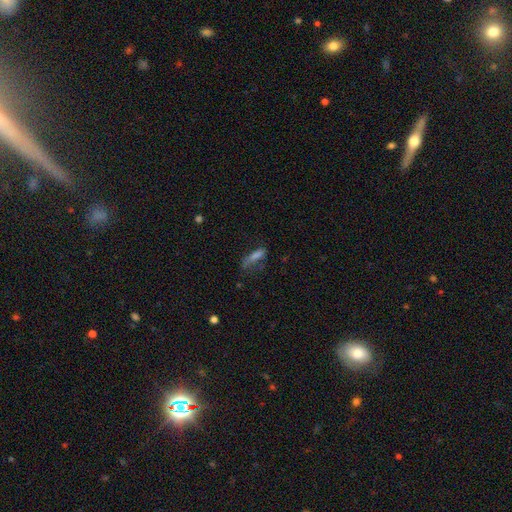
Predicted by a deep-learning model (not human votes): Overall: smooth (59%; featured or disk 25%). How rounded: cigar-shaped (68%; in between 29%). Merging: none (46%; minor disturbance 27%).